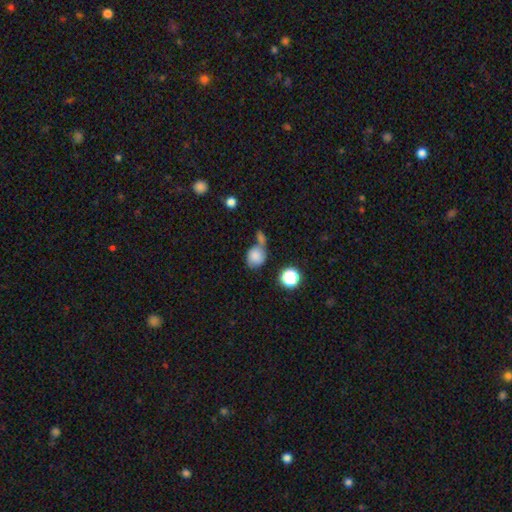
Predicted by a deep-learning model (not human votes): Smooth or featured? Predicted: smooth (p=0.81). How rounded? Predicted: round (p=0.65). Merging? Predicted: merger (p=0.40).